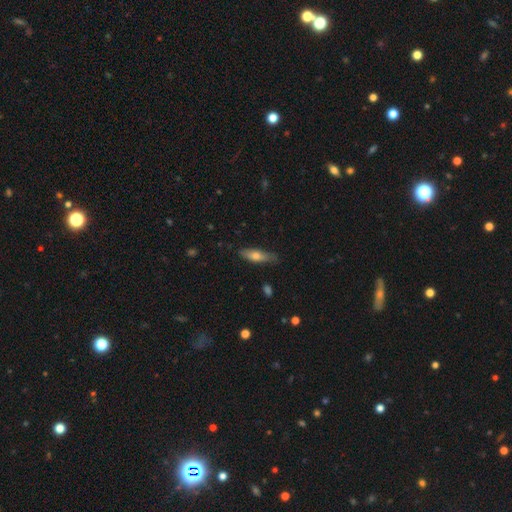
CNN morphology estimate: Smooth or featured: smooth — 58% (featured or disk — 35%)
How rounded: cigar-shaped — 60% (in between — 38%)
Merging: none — 81% (minor disturbance — 15%)